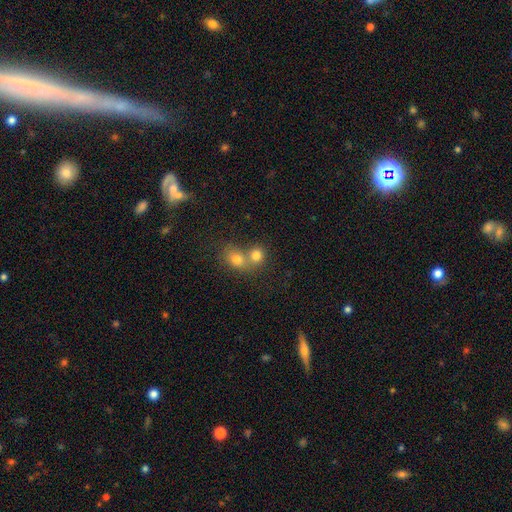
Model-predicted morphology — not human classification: A smooth galaxy with no disk features (77%) that is round (73%).

Vote fractions:
- Smooth or featured? smooth: 77% / star or artifact: 13% / featured or disk: 11%
- How rounded? round: 73% / in between: 26% / cigar-shaped: 1%
- Merging? merger: 58% / none: 34% / minor disturbance: 6% / major disturbance: 3%